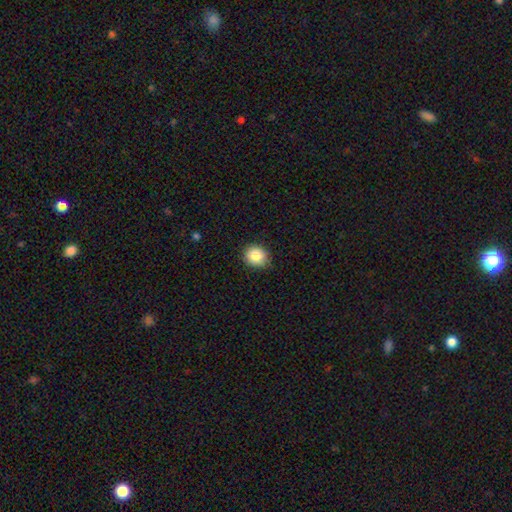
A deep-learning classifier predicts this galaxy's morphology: type=smooth (87%); roundness=round (81%); merging=none (83%).